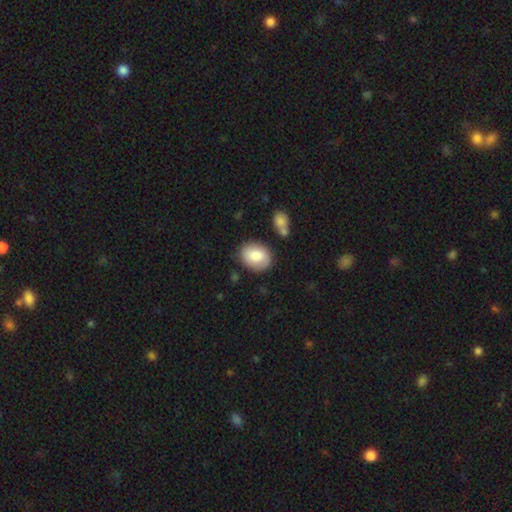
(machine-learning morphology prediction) type=smooth (81%); roundness=in between (60%); merging=none (76%).